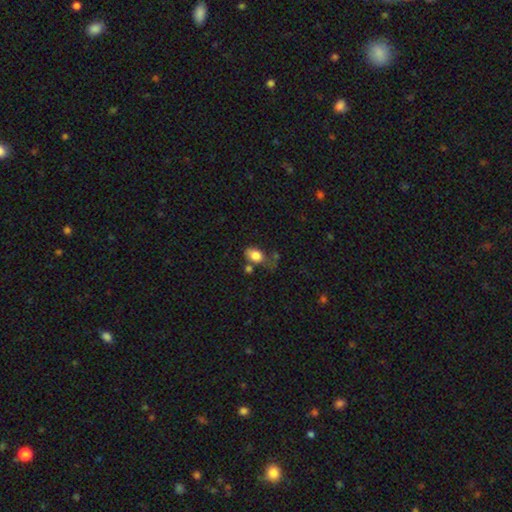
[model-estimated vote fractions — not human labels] A smooth galaxy with no disk features (82%) that is in between round and cigar-shaped (82%).

Vote fractions:
- Smooth or featured? smooth: 82% / featured or disk: 9% / star or artifact: 9%
- How rounded? in between: 82% / round: 16% / cigar-shaped: 1%
- Merging? none: 46% / minor disturbance: 25% / merger: 15% / major disturbance: 13%